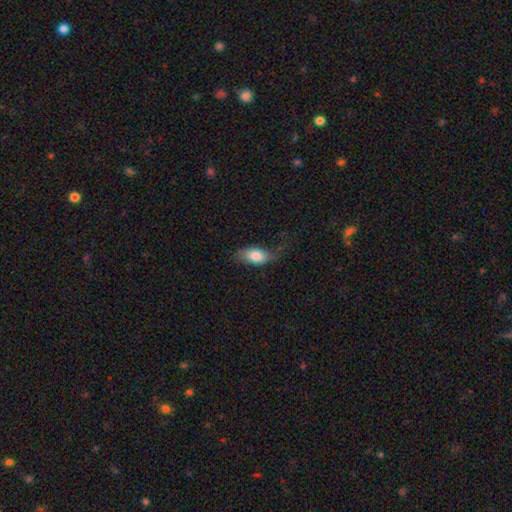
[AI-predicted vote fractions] Smooth or featured? smooth (79%)
How rounded? in between (89%)
Merging? none (53%)